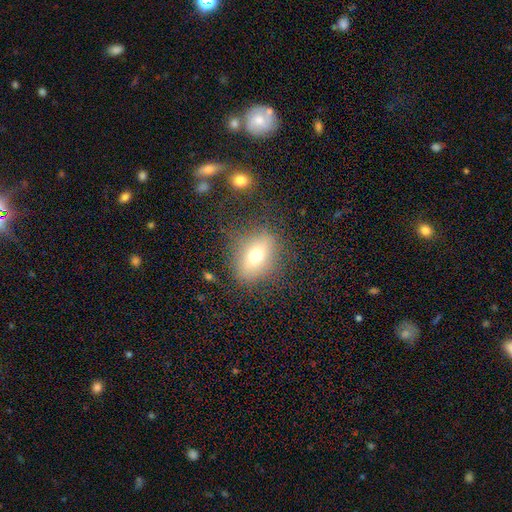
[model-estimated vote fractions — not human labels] smooth-or-featured: smooth: 62% | featured or disk: 24% | star or artifact: 14%
  how-rounded: in between: 56% | round: 41% | cigar-shaped: 3%
  merging: none: 74% | minor disturbance: 15% | major disturbance: 9% | merger: 3%